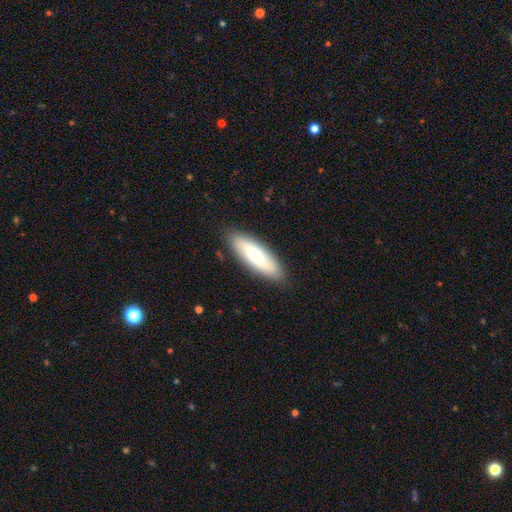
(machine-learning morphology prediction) Smooth or featured? smooth (59%)
How rounded? in between (50%)
Merging? none (87%)